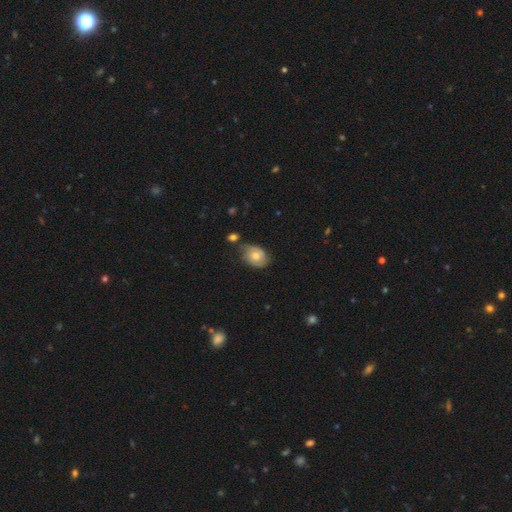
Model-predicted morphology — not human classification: Overall: featured or disk (47%; smooth 45%). Merging: none (58%; minor disturbance 28%).